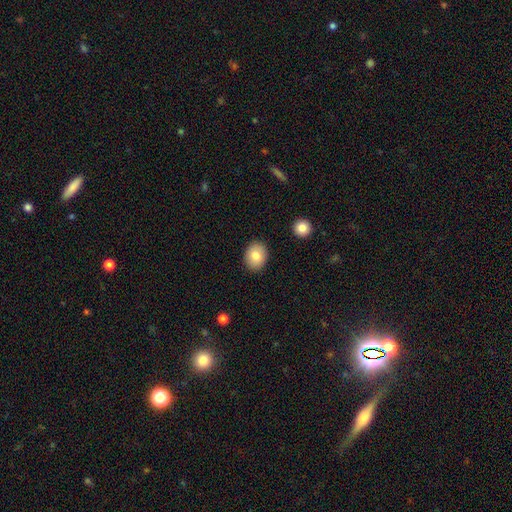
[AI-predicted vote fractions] Q: Smooth or featured?
A: smooth (81%); runner-up: featured or disk (11%)
Q: How rounded?
A: in between (53%); runner-up: round (46%)
Q: Merging?
A: none (89%); runner-up: minor disturbance (7%)